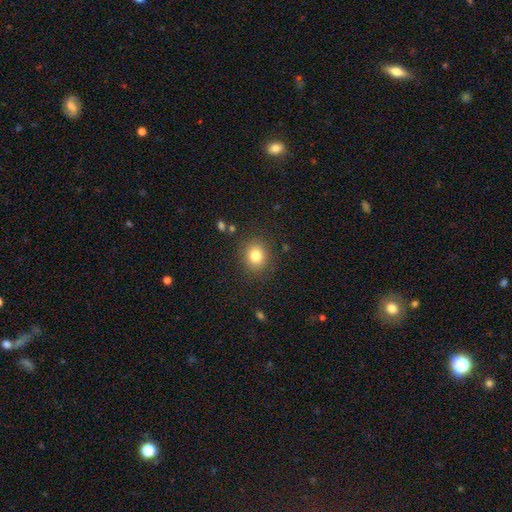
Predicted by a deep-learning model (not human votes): Smooth or featured: smooth — 80% (star or artifact — 12%)
How rounded: round — 79% (in between — 20%)
Merging: none — 87% (minor disturbance — 8%)